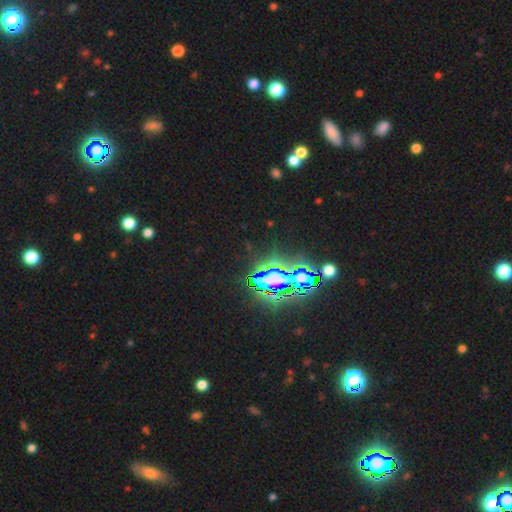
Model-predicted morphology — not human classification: star or artifact 80%, smooth 11%, featured or disk 9%.